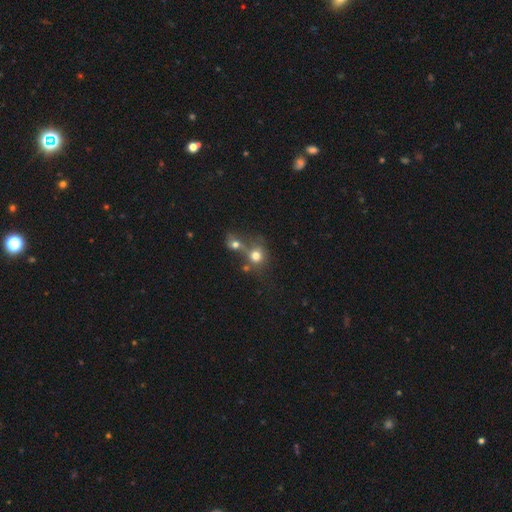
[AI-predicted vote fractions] Smooth or featured? smooth (73%)
How rounded? round (78%)
Merging? merger (51%)